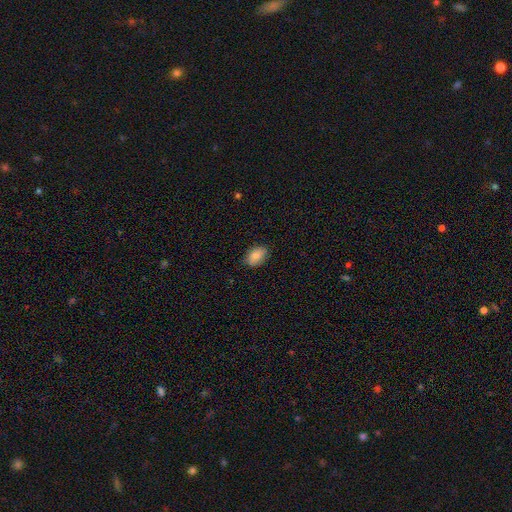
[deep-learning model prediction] Morphology: type=smooth (84%); roundness=in between (86%); merging=none (80%).